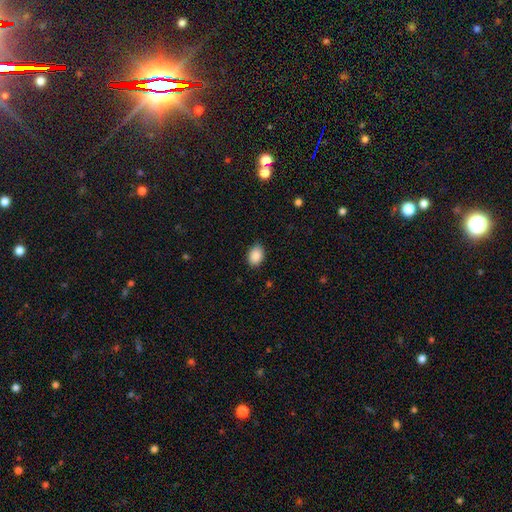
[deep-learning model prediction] The model was most divided on "how rounded": in between: 77%, round: 22%, cigar-shaped: 1%. More confident: smooth or featured — smooth (88%); merging — none (87%).